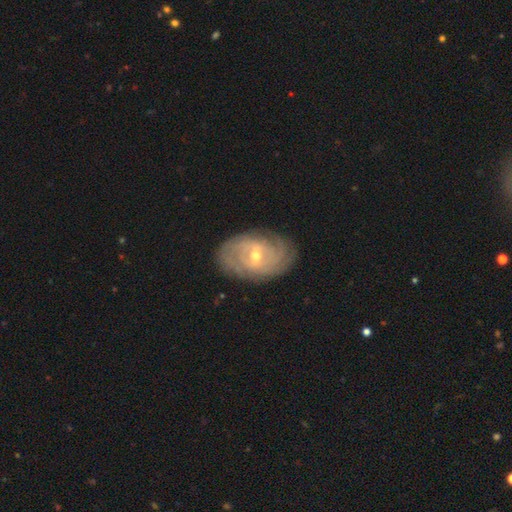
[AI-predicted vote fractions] Morphology: type=featured or disk (85%); edge-on=no (95%); bar=weak (53%); spiral arms=yes (95%); winding=tight (74%); arm count=can't tell (39%); bulge=small (50%); merging=none (81%).